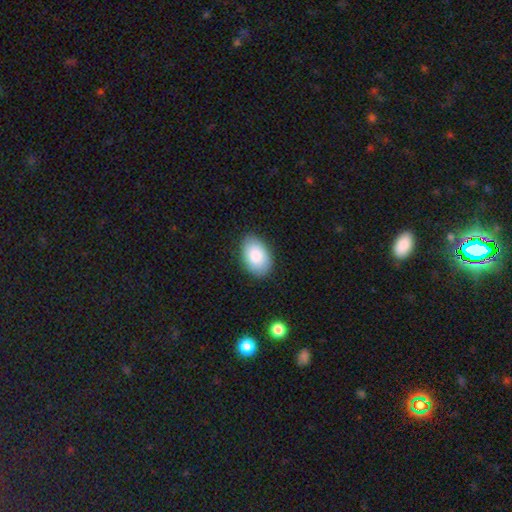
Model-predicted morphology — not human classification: The model was most divided on "merging": none: 85%, minor disturbance: 12%, major disturbance: 2%, merger: 1%. More confident: how rounded — in between (90%); smooth or featured — smooth (84%).